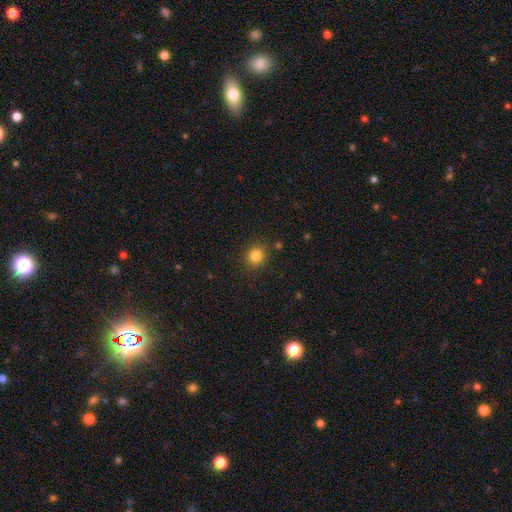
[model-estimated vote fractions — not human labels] smooth_or_featured: smooth (p=0.83) [alt: star or artifact p=0.12]
how_rounded: round (p=0.80) [alt: in between p=0.19]
merging: none (p=0.87) [alt: minor disturbance p=0.08]